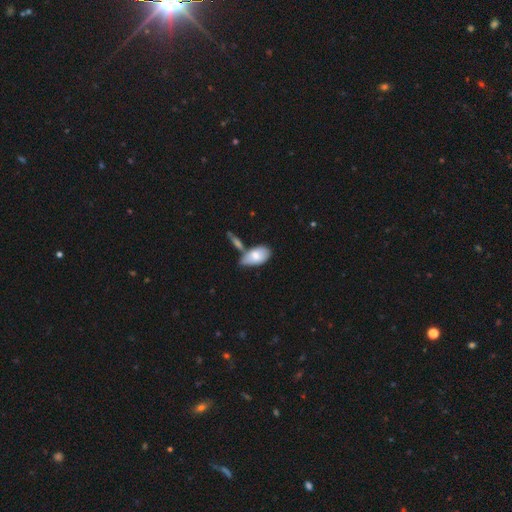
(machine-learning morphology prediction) smooth-or-featured: smooth: 75% | featured or disk: 19% | star or artifact: 6%
  how-rounded: in between: 93% | round: 4% | cigar-shaped: 3%
  merging: none: 39% | merger: 31% | minor disturbance: 22% | major disturbance: 8%